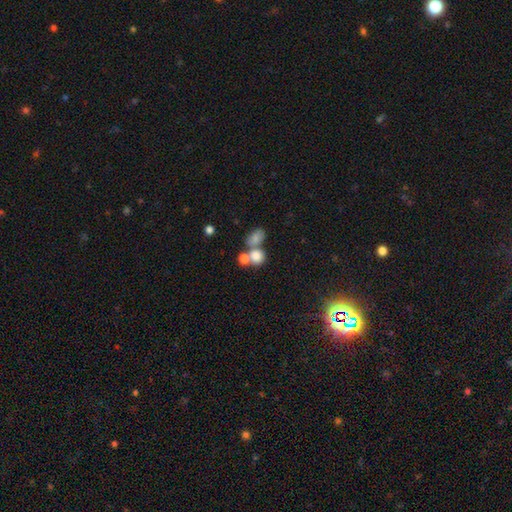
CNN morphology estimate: smooth 77%, featured or disk 12%, star or artifact 12%. Down the decision tree: how rounded — round (64%); merging — merger (50%).